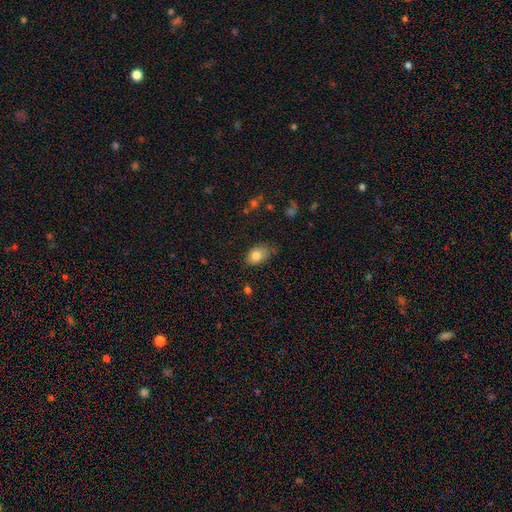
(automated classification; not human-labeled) This is clearly a smooth galaxy (81%). How rounded: clearly in between (85%). Merging: likely none (62%).